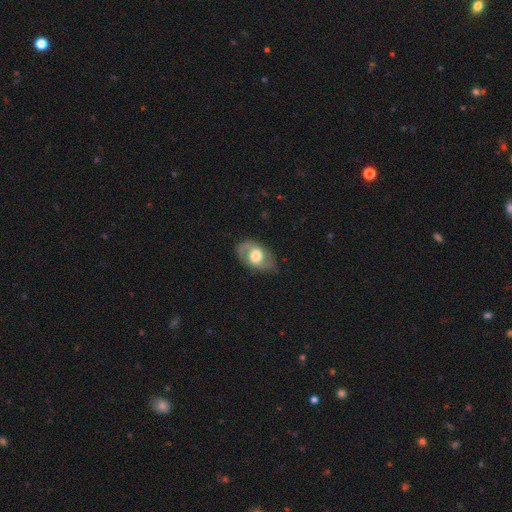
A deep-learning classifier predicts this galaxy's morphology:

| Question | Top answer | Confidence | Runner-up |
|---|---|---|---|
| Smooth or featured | featured or disk | 65% | smooth (29%) |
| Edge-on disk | no | 92% | yes (8%) |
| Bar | no | 63% | weak (28%) |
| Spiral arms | yes | 69% | no (31%) |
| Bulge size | large | 45% | moderate (44%) |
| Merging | none | 77% | minor disturbance (16%) |